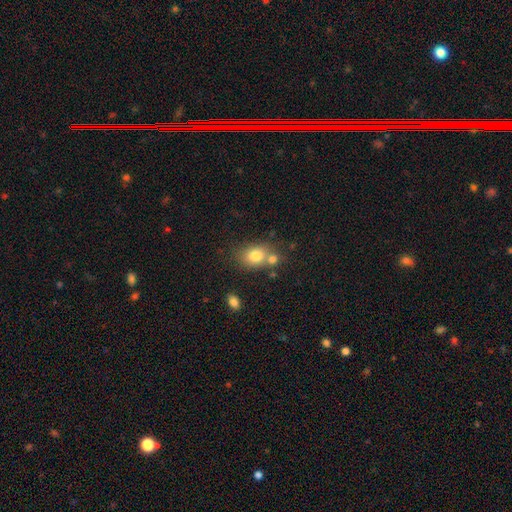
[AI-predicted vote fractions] smooth 79%, featured or disk 11%, star or artifact 10%. Down the decision tree: how rounded — in between (59%); merging — none (49%).